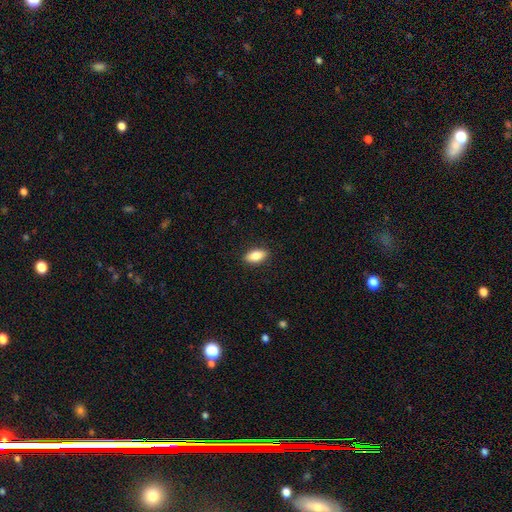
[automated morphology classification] This is clearly a smooth galaxy (84%). How rounded: clearly in between (87%). Merging: clearly none (89%).